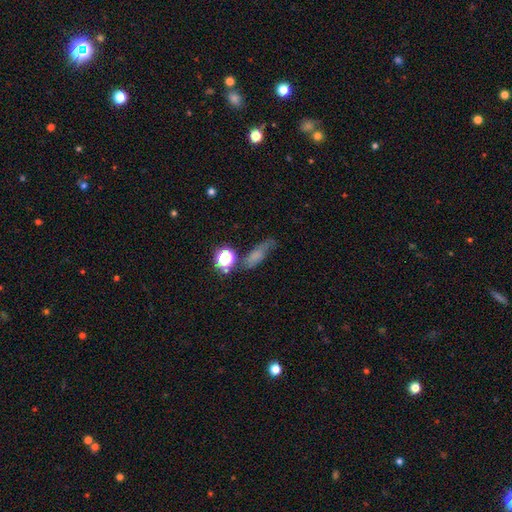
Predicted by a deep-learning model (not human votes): Smooth or featured?
  - smooth: 60% *
  - star or artifact: 21%
  - featured or disk: 20%
How rounded?
  - in between: 48% *
  - cigar-shaped: 36%
  - round: 17%
Merging?
  - none: 51% *
  - minor disturbance: 25%
  - major disturbance: 14%
  - merger: 9%